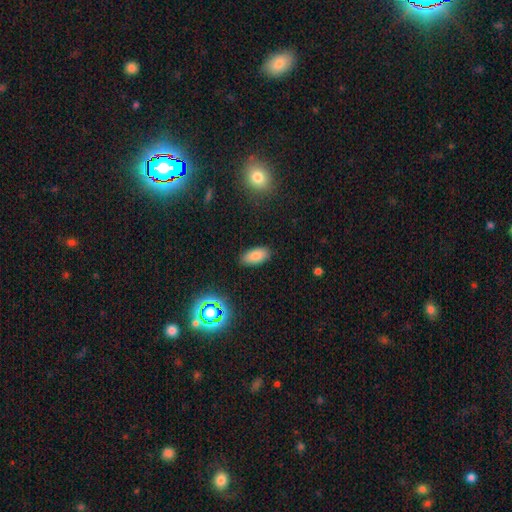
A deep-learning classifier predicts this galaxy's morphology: Smooth or featured? Predicted: smooth (p=0.82). How rounded? Predicted: in between (p=0.91). Merging? Predicted: none (p=0.87).